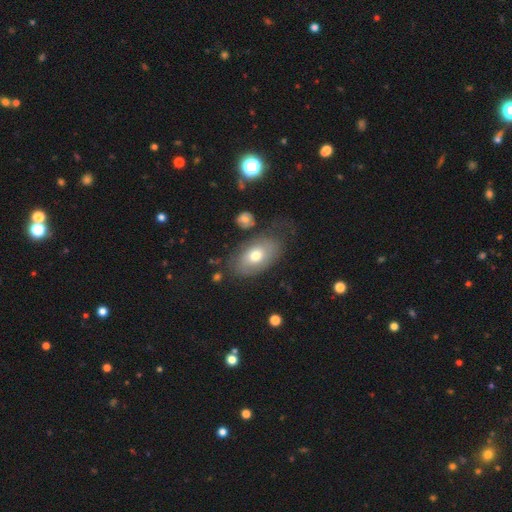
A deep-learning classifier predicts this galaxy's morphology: smooth_or_featured: smooth (p=0.61) [alt: featured or disk p=0.32]
how_rounded: in between (p=0.90) [alt: round p=0.08]
merging: none (p=0.61) [alt: minor disturbance p=0.22]